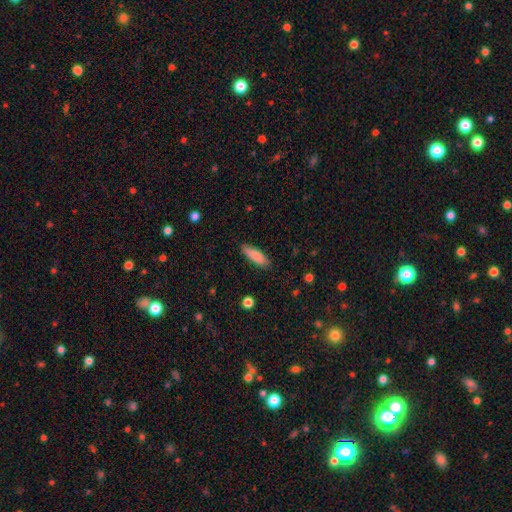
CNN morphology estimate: The model was most divided on "how rounded": in between: 54%, cigar-shaped: 44%, round: 2%. More confident: merging — none (85%); smooth or featured — smooth (82%).